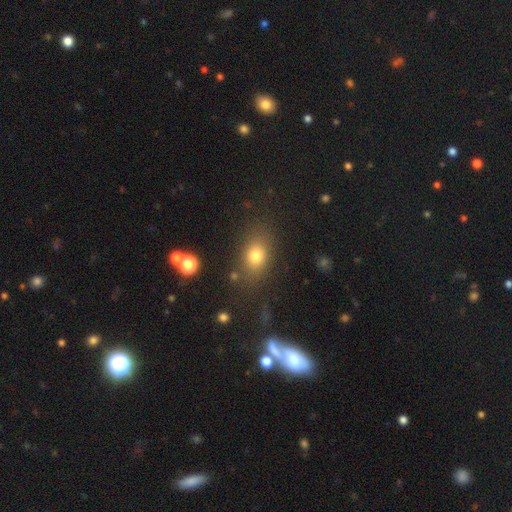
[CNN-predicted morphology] type=smooth (75%); roundness=in between (70%); merging=none (78%).